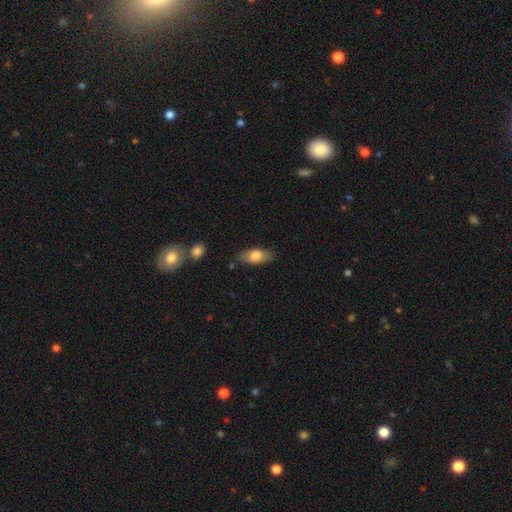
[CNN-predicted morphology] The model was most divided on "smooth or featured": smooth: 75%, featured or disk: 18%, star or artifact: 6%. More confident: how rounded — in between (88%); merging — none (81%).